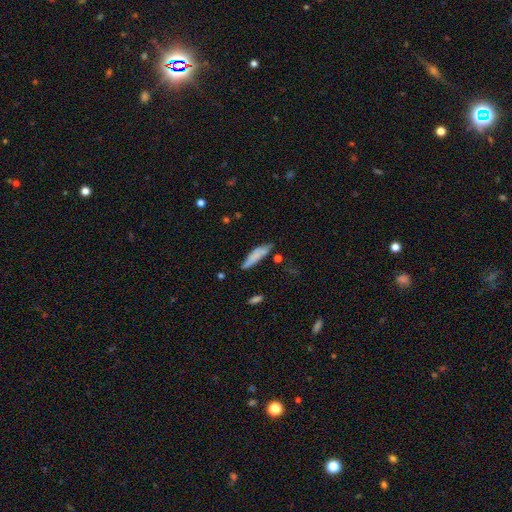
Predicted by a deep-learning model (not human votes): Smooth or featured: smooth — 74% (featured or disk — 19%)
How rounded: cigar-shaped — 73% (in between — 25%)
Merging: none — 61% (minor disturbance — 26%)